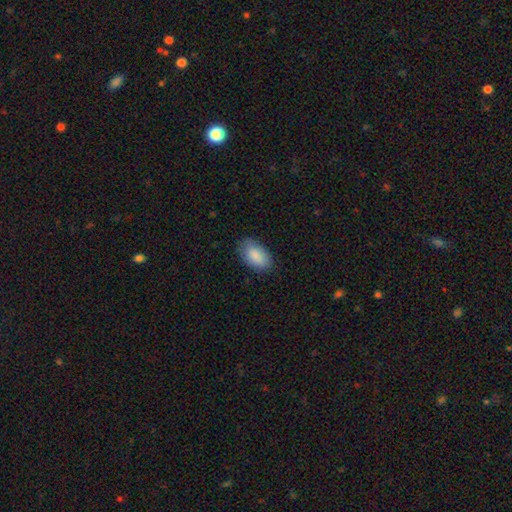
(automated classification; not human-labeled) Smooth or featured? smooth (88%)
How rounded? in between (94%)
Merging? none (79%)